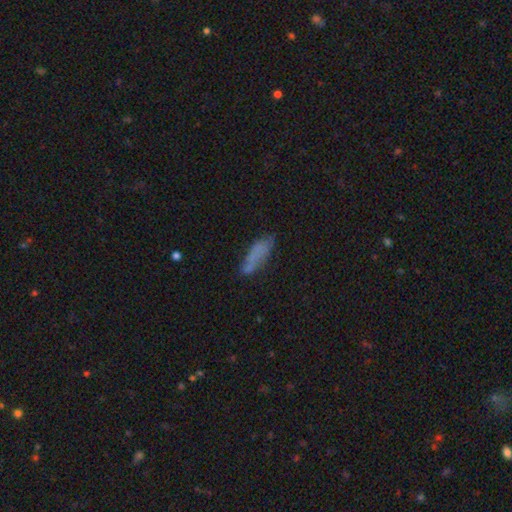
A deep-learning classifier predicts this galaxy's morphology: This appears to be a smooth galaxy with no disk features (71%) that is cigar-shaped (63%). Merging: none (64%).